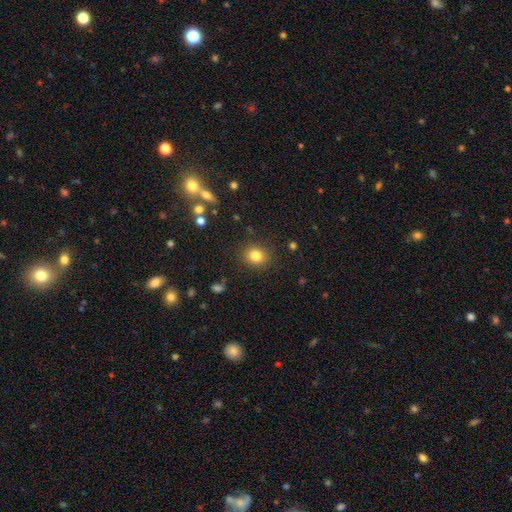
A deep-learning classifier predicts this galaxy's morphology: A smooth galaxy with no disk features (82%) that is round (74%). Merging: none (88%).